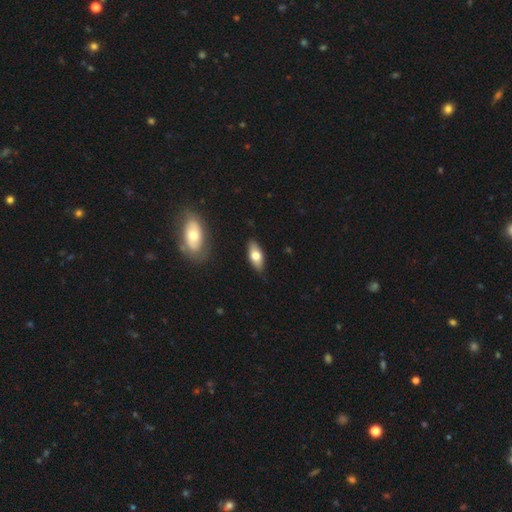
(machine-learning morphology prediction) smooth-or-featured: smooth: 68% | featured or disk: 26% | star or artifact: 6%
  how-rounded: in between: 83% | cigar-shaped: 14% | round: 3%
  merging: none: 85% | minor disturbance: 11% | major disturbance: 2% | merger: 2%